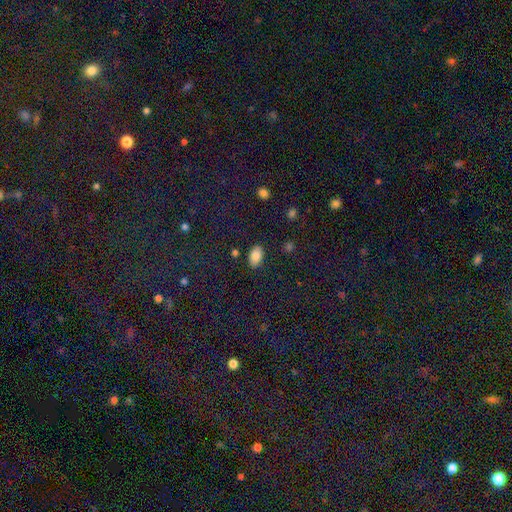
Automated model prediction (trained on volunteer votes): This appears to be a smooth galaxy with no disk features (85%) that is in between round and cigar-shaped (93%). Merging: none (87%).